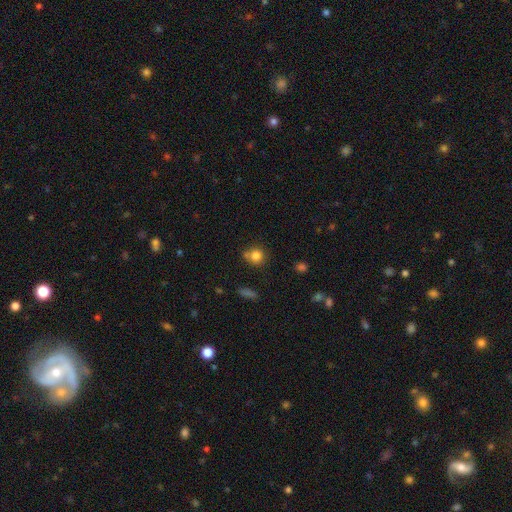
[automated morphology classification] Smooth or featured? Predicted: smooth (p=0.81). How rounded? Predicted: round (p=0.86). Merging? Predicted: none (p=0.63).